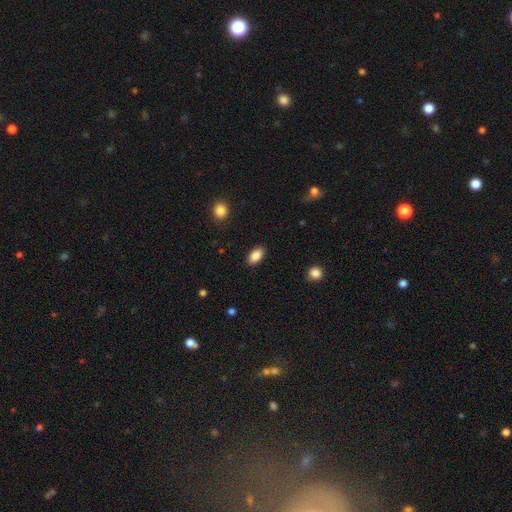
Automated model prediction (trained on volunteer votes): This is clearly a smooth galaxy (88%). How rounded: clearly in between (92%). Merging: clearly none (89%).